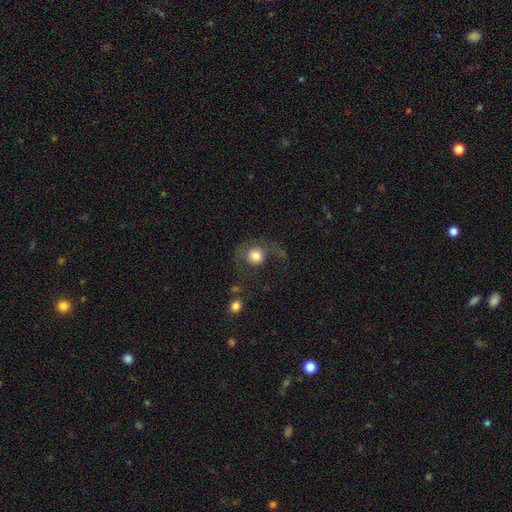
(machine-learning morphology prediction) smooth 68%, featured or disk 24%, star or artifact 8%. Down the decision tree: how rounded — round (81%); merging — major disturbance (41%).